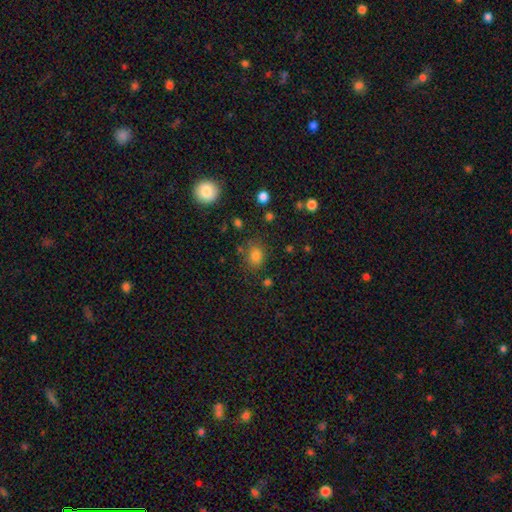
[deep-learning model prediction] Smooth or featured?
  - smooth: 78% *
  - star or artifact: 15%
  - featured or disk: 7%
How rounded?
  - in between: 50% *
  - round: 49%
  - cigar-shaped: 1%
Merging?
  - none: 76% *
  - minor disturbance: 15%
  - merger: 5%
  - major disturbance: 5%